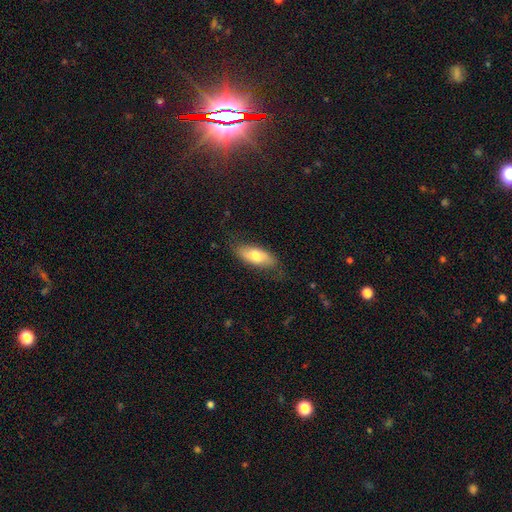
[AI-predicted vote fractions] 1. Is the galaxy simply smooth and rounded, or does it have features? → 66% smooth, 28% featured or disk, 6% star or artifact.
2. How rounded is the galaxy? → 78% in between, 19% cigar-shaped, 3% round.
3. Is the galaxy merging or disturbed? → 73% none, 20% minor disturbance, 6% major disturbance, 1% merger.